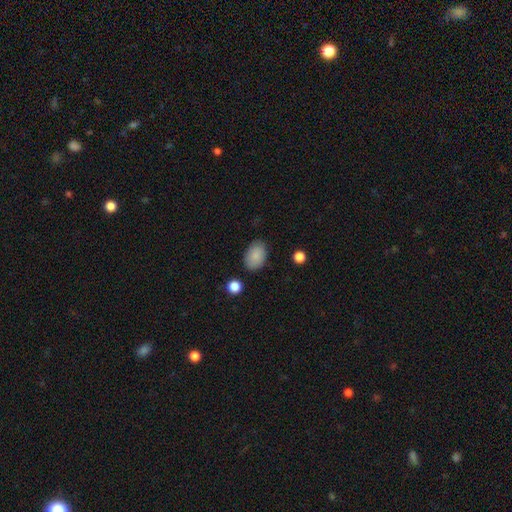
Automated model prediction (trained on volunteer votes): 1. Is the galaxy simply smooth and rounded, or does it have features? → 87% smooth, 7% star or artifact, 6% featured or disk.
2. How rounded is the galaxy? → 85% in between, 13% round, 1% cigar-shaped.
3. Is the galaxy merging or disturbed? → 82% none, 13% minor disturbance, 3% major disturbance, 2% merger.